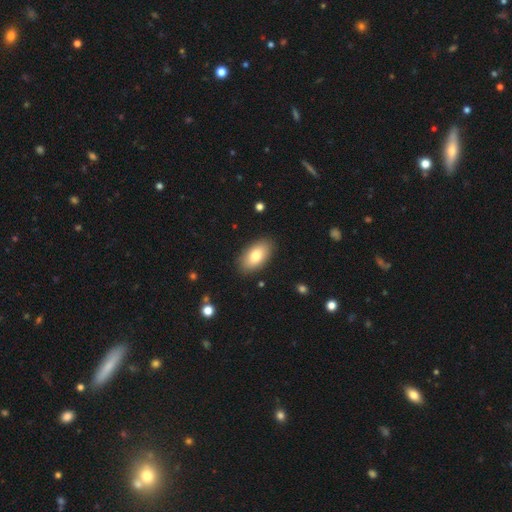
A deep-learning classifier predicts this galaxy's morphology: smooth 78%, featured or disk 15%, star or artifact 7%. Down the decision tree: how rounded — in between (94%); merging — none (88%).